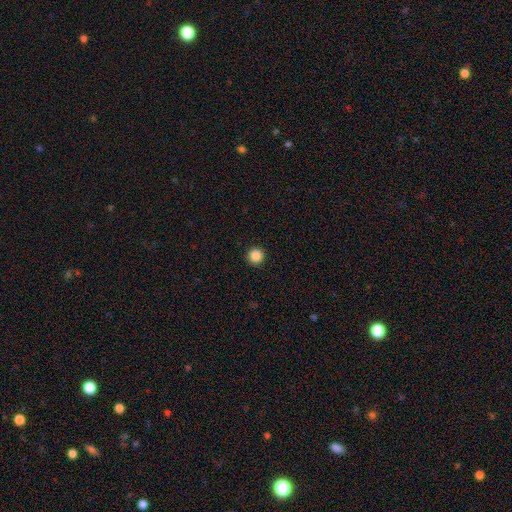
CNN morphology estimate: Smooth or featured?
  - smooth: 87% *
  - star or artifact: 10%
  - featured or disk: 3%
How rounded?
  - round: 96% *
  - in between: 3%
  - cigar-shaped: 1%
Merging?
  - none: 93% *
  - minor disturbance: 4%
  - major disturbance: 1%
  - merger: 1%